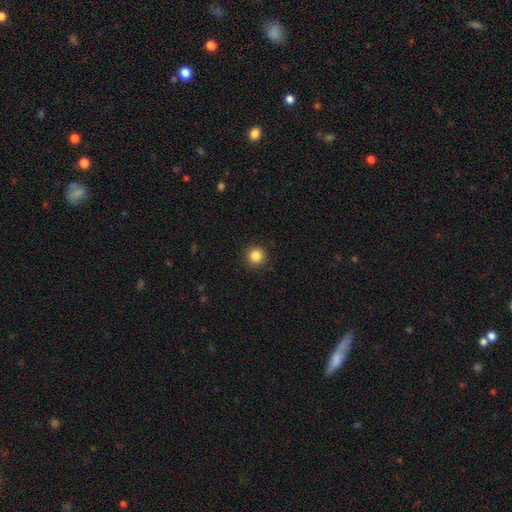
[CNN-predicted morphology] Smooth or featured?
  - smooth: 85% *
  - star or artifact: 11%
  - featured or disk: 4%
How rounded?
  - round: 95% *
  - in between: 4%
  - cigar-shaped: 1%
Merging?
  - none: 92% *
  - minor disturbance: 5%
  - major disturbance: 2%
  - merger: 1%